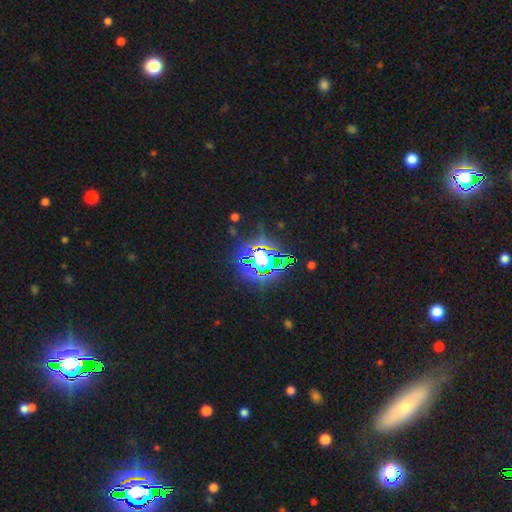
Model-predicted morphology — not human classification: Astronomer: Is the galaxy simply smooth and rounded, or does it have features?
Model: star or artifact — 78%.